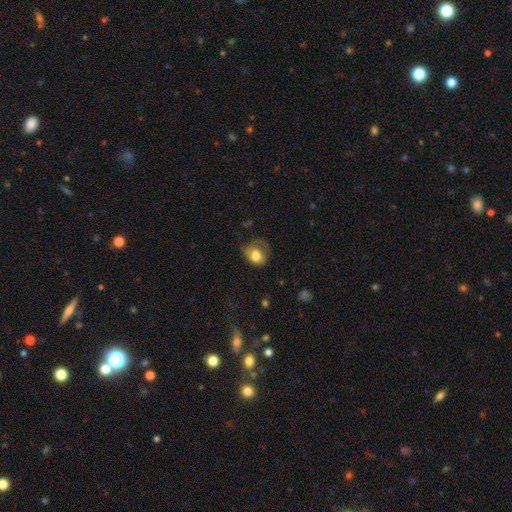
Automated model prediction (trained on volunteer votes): Smooth or featured: smooth — 73% (featured or disk — 18%)
How rounded: in between — 51% (round — 48%)
Merging: none — 40% (minor disturbance — 31%)